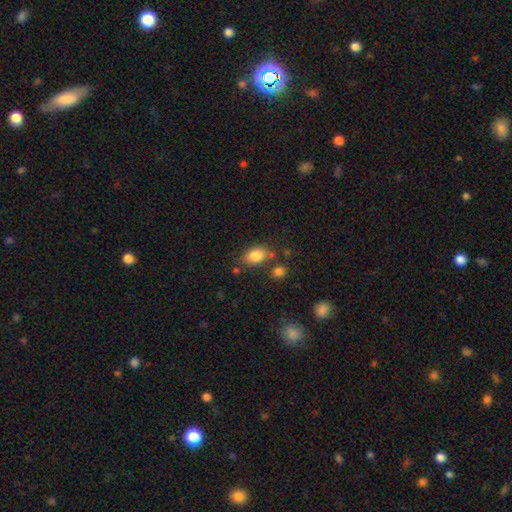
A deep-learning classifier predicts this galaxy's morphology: smooth_or_featured: smooth (p=0.83) [alt: star or artifact p=0.09]
how_rounded: in between (p=0.82) [alt: round p=0.17]
merging: none (p=0.68) [alt: minor disturbance p=0.16]